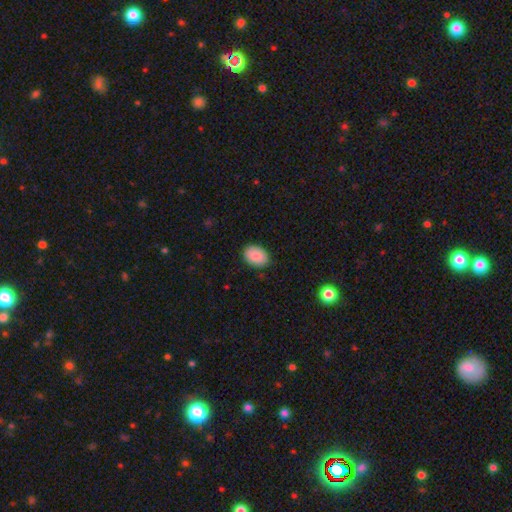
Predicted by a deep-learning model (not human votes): Smooth or featured?
  - smooth: 89% *
  - star or artifact: 7%
  - featured or disk: 4%
How rounded?
  - in between: 78% *
  - round: 21%
  - cigar-shaped: 1%
Merging?
  - none: 86% *
  - minor disturbance: 10%
  - major disturbance: 2%
  - merger: 1%